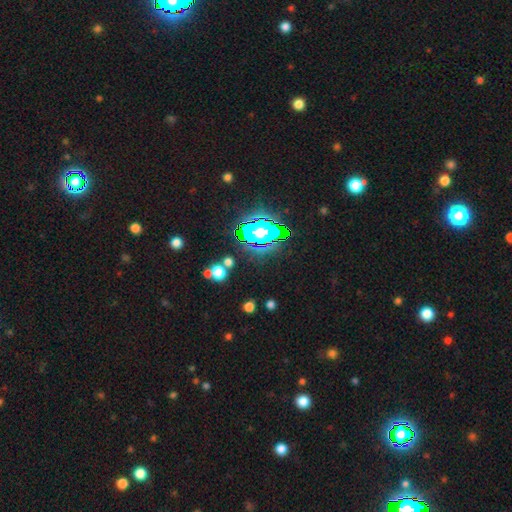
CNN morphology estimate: smooth_or_featured: star or artifact (p=0.77) [alt: smooth p=0.14]